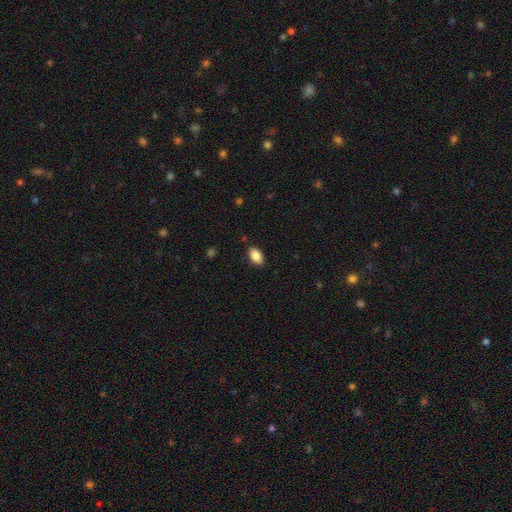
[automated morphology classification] The model was most divided on "merging": none: 85%, minor disturbance: 11%, major disturbance: 2%, merger: 1%. More confident: how rounded — in between (92%); smooth or featured — smooth (86%).